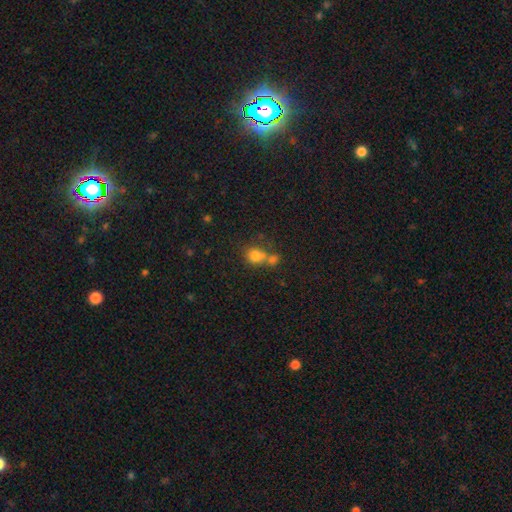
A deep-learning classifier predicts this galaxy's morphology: Overall: smooth (78%). How rounded: round (77%). Merging: merger (44%; none 41%).